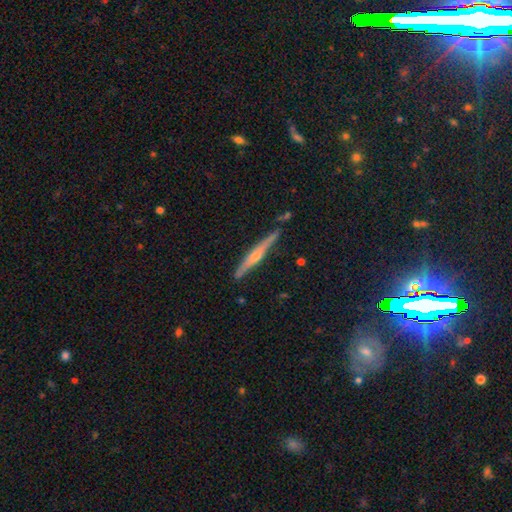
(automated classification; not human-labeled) The model was most divided on "smooth or featured": featured or disk: 72%, smooth: 22%, star or artifact: 6%. More confident: edge-on disk — yes (97%); merging — none (83%); edge-on bulge — rounded (82%).